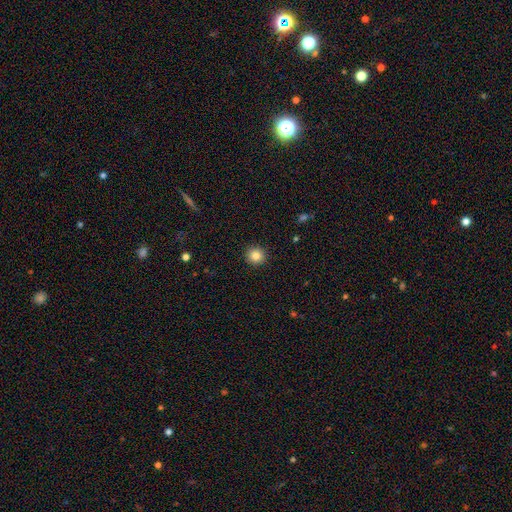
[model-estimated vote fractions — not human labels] This is clearly a smooth galaxy (84%). How rounded: clearly round (94%). Merging: clearly none (92%).